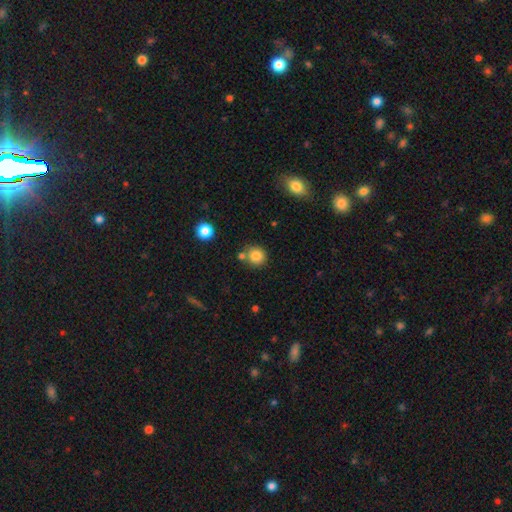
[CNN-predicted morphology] type=smooth (83%); roundness=round (89%); merging=none (70%).